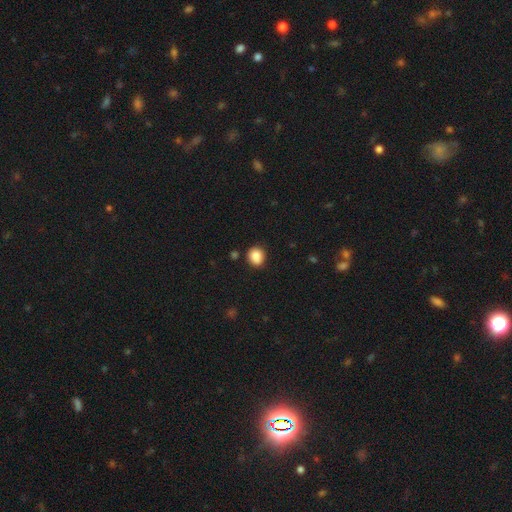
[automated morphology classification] This appears to be a smooth galaxy with no disk features (85%) that is round (81%). Merging: none (82%).